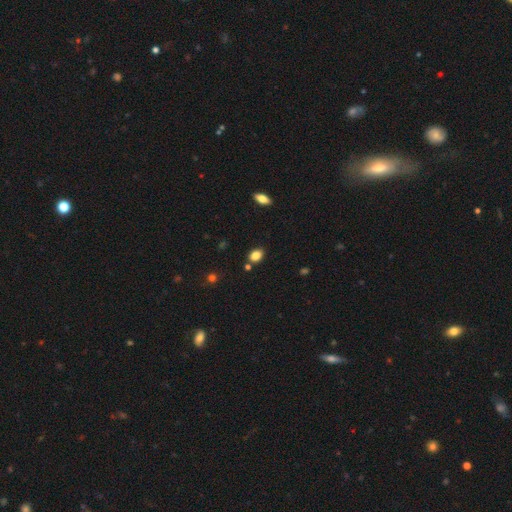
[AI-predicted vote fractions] Smooth or featured: smooth — 83% (star or artifact — 11%)
How rounded: in between — 70% (round — 29%)
Merging: none — 79% (minor disturbance — 11%)